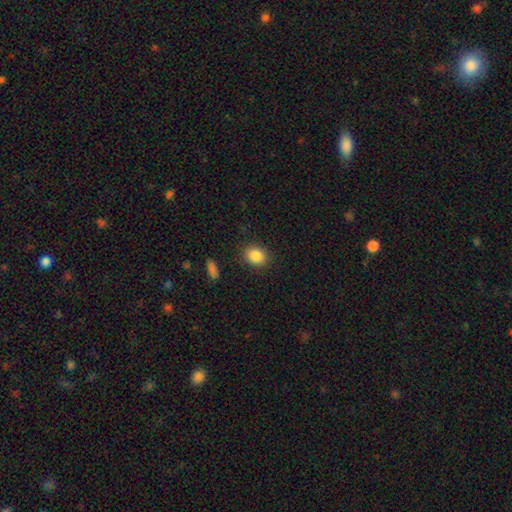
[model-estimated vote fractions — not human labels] Smooth or featured? smooth (86%)
How rounded? in between (50%)
Merging? none (87%)